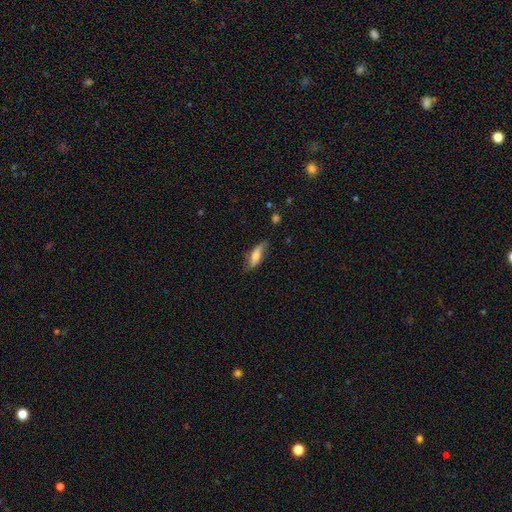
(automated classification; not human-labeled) A smooth galaxy with no disk features (50%) that is in between round and cigar-shaped (58%). Merging: none (66%).